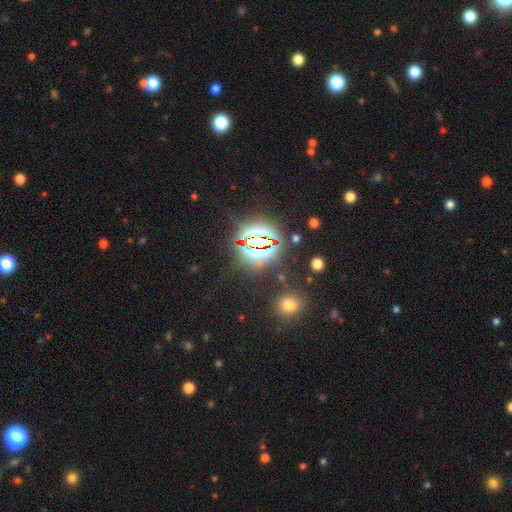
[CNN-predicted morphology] Smooth or featured: star or artifact — 80% (smooth — 14%)